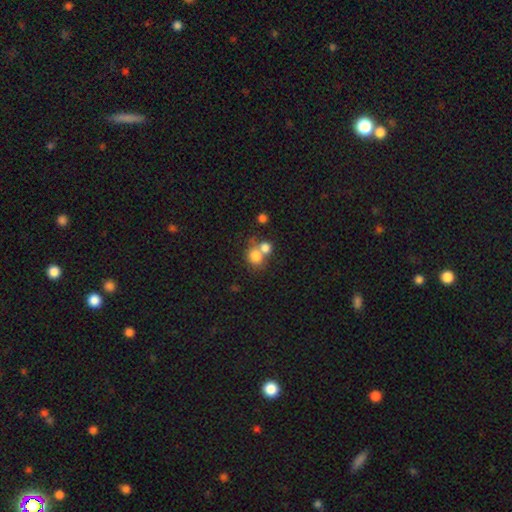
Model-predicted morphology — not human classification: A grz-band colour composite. It shows a smooth galaxy with no disk features (77%) that is round (72%). Merging: merger (52%).